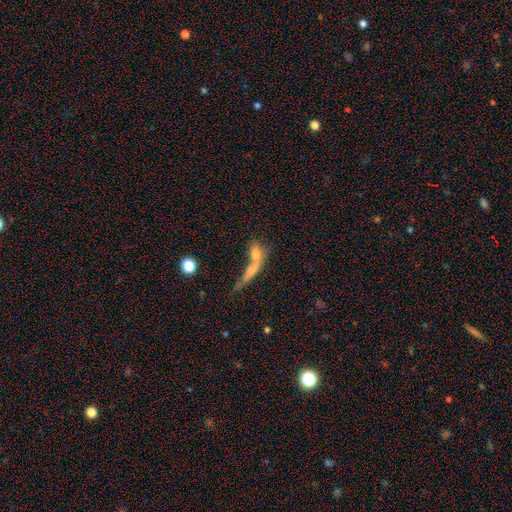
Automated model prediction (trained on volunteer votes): Smooth or featured? smooth (53%)
How rounded? cigar-shaped (49%)
Merging? merger (53%)